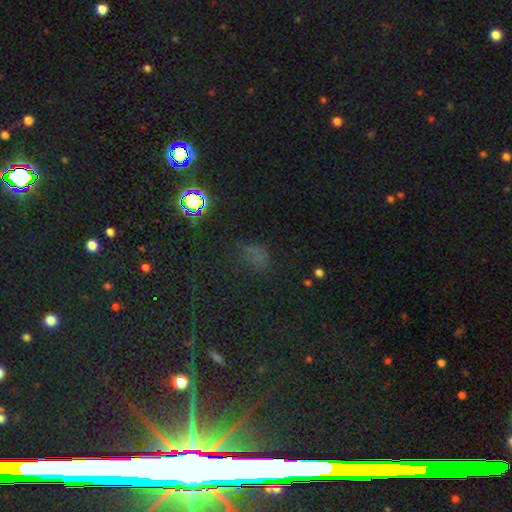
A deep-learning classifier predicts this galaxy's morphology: type=star or artifact (52%).